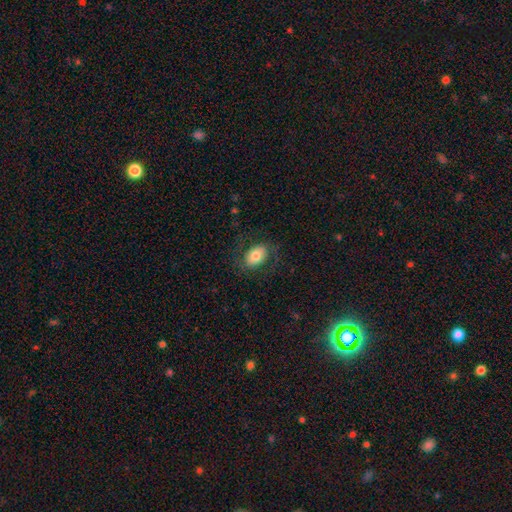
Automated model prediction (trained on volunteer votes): A smooth galaxy with no disk features (69%) that is in between round and cigar-shaped (80%).

Vote fractions:
- Smooth or featured? smooth: 69% / featured or disk: 24% / star or artifact: 7%
- How rounded? in between: 80% / round: 19% / cigar-shaped: 1%
- Merging? none: 75% / minor disturbance: 14% / major disturbance: 10% / merger: 1%